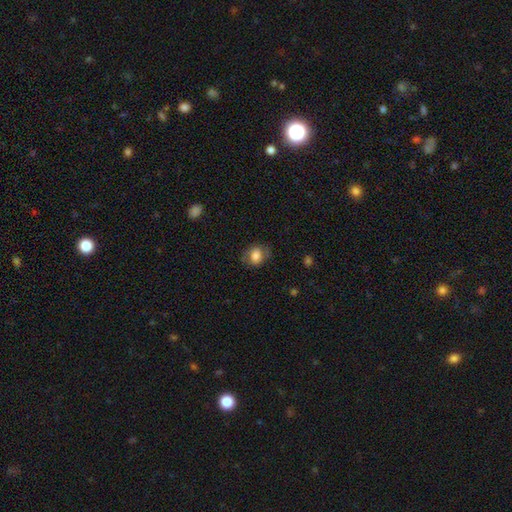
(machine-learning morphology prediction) Overall: smooth (72%). How rounded: in between (54%; round 45%). Merging: none (68%).